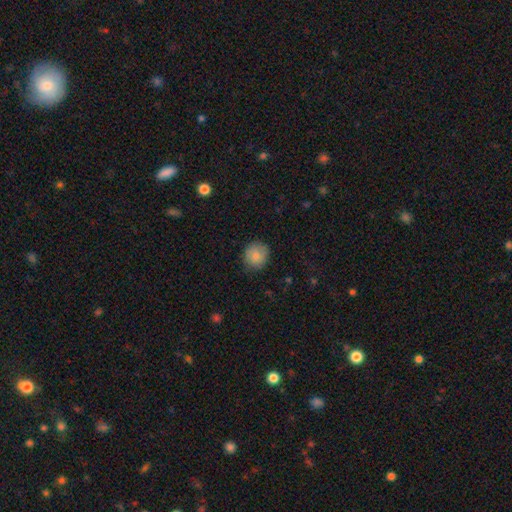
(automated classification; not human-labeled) Overall: smooth (82%). How rounded: round (85%). Merging: none (79%).